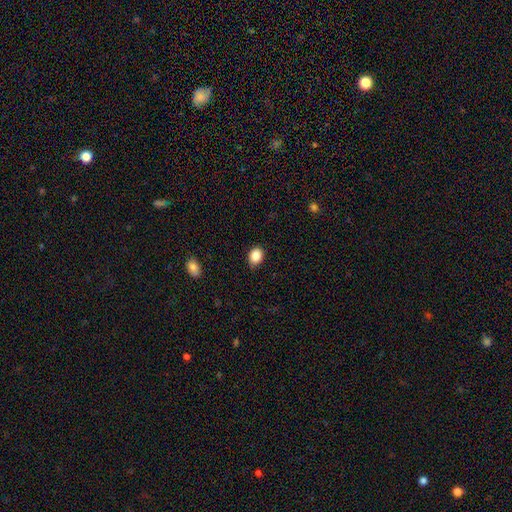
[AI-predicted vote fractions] Morphology: type=smooth (87%); roundness=in between (55%); merging=none (80%).